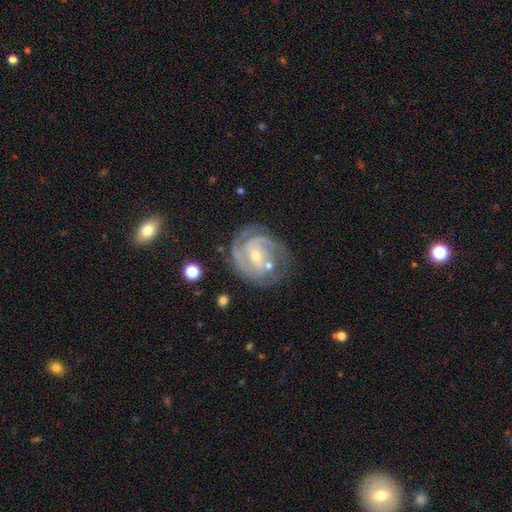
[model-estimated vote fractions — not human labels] Smooth or featured?
  - featured or disk: 86% *
  - smooth: 8%
  - star or artifact: 6%
Edge-on disk?
  - no: 97% *
  - yes: 3%
Bar?
  - no: 45% *
  - weak: 40%
  - strong: 15%
Spiral arms?
  - yes: 95% *
  - no: 5%
Spiral winding?
  - tight: 61% *
  - medium: 33%
  - loose: 7%
Spiral arm count?
  - 2: 38% *
  - 3: 27%
  - can't tell: 20%
  - 1: 6%
  - 4: 6%
  - more than 4: 4%
Bulge size?
  - small: 61% *
  - moderate: 35%
  - large: 1%
  - none: 1%
  - dominant: 1%
Merging?
  - none: 63% *
  - minor disturbance: 20%
  - major disturbance: 10%
  - merger: 7%